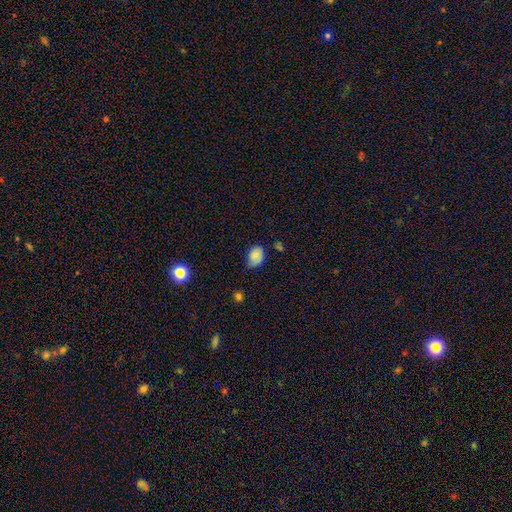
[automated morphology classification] smooth-or-featured: smooth: 81% | featured or disk: 10% | star or artifact: 9%
  how-rounded: in between: 80% | round: 19% | cigar-shaped: 1%
  merging: none: 53% | minor disturbance: 37% | major disturbance: 8% | merger: 2%